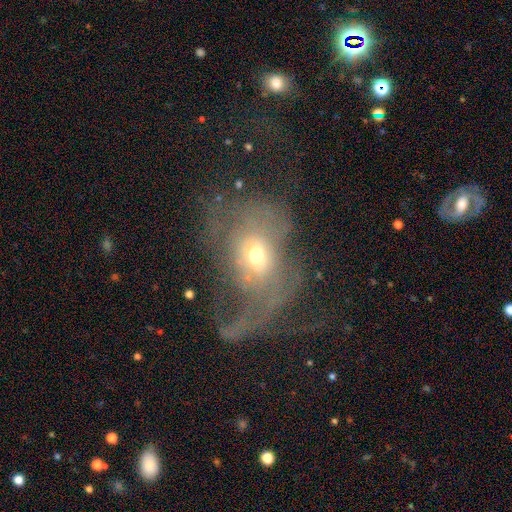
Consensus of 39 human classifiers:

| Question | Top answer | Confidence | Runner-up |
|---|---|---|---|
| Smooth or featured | featured or disk | 59% | smooth (33%) |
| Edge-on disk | no | 100% | — |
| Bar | no | 83% | weak (13%) |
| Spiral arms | no | 70% | yes (30%) |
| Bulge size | moderate | 83% | small (13%) |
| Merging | major disturbance | 72% | minor disturbance (17%) |